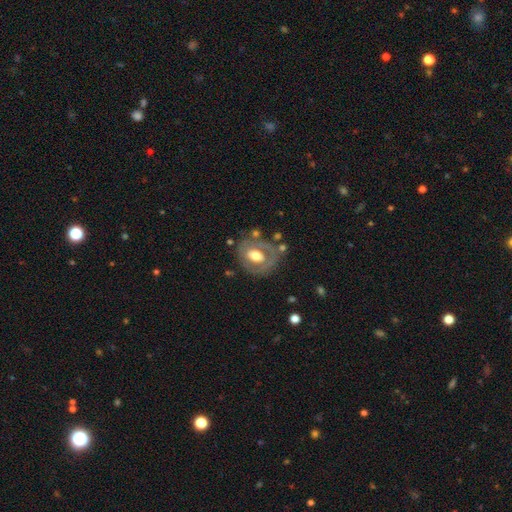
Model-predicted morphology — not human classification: Q: Smooth or featured?
A: featured or disk (55%); runner-up: smooth (38%)
Q: Edge-on disk?
A: no (94%); runner-up: yes (6%)
Q: Bar?
A: no (63%); runner-up: weak (27%)
Q: Spiral arms?
A: no (76%); runner-up: yes (24%)
Q: Bulge size?
A: moderate (57%); runner-up: large (34%)
Q: Merging?
A: none (63%); runner-up: minor disturbance (20%)